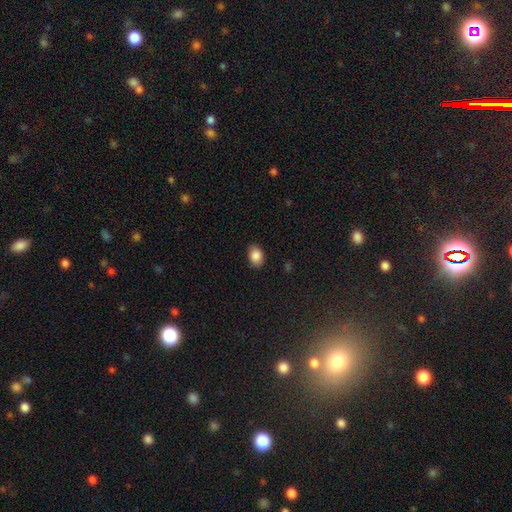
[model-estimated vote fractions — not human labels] Smooth or featured?
  - smooth: 88% *
  - star or artifact: 8%
  - featured or disk: 4%
How rounded?
  - in between: 73% *
  - round: 26%
  - cigar-shaped: 1%
Merging?
  - none: 84% *
  - minor disturbance: 12%
  - major disturbance: 2%
  - merger: 1%